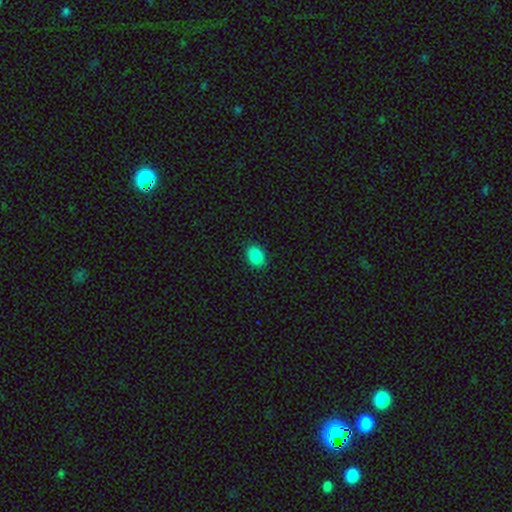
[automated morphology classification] This appears to be a smooth galaxy with no disk features (88%) that is in between round and cigar-shaped (76%). Merging: none (89%).